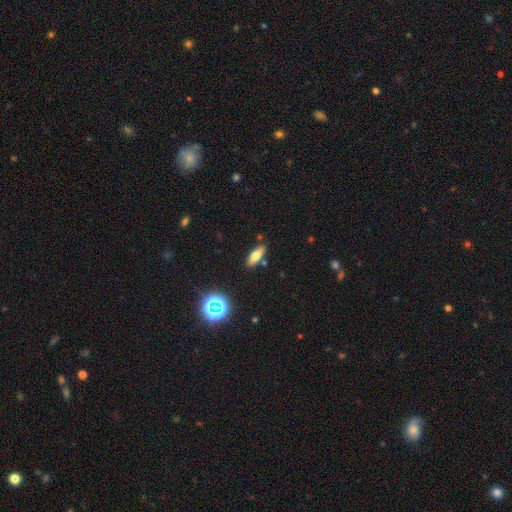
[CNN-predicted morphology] Smooth or featured? smooth (64%)
How rounded? in between (61%)
Merging? none (84%)